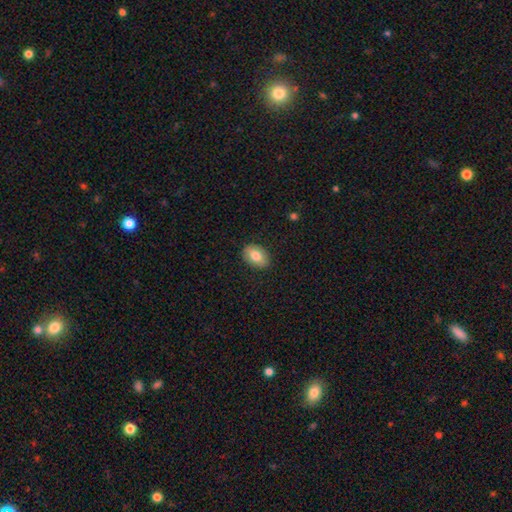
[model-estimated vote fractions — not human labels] A smooth galaxy with no disk features (79%) that is in between round and cigar-shaped (83%). Merging: none (87%).